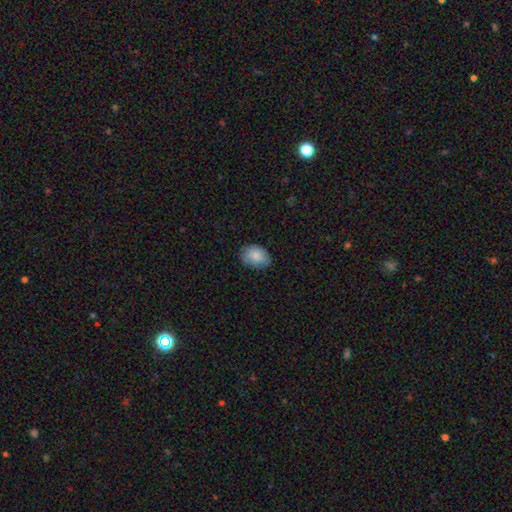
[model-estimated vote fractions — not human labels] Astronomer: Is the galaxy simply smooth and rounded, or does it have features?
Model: smooth — 84%.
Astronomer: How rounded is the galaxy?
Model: in between — 73%.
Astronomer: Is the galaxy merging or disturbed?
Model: none — 74%.